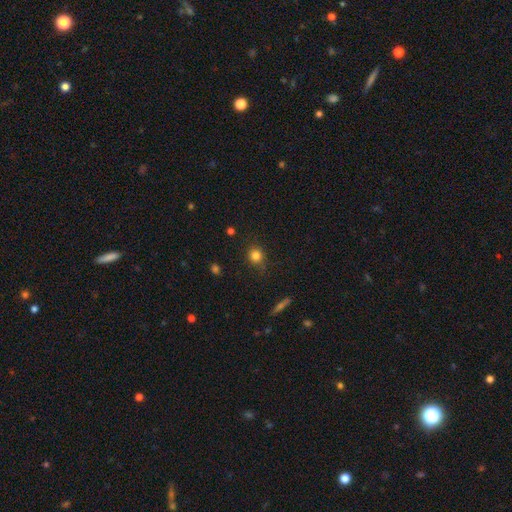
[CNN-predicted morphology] type=smooth (81%); roundness=round (86%); merging=none (81%).